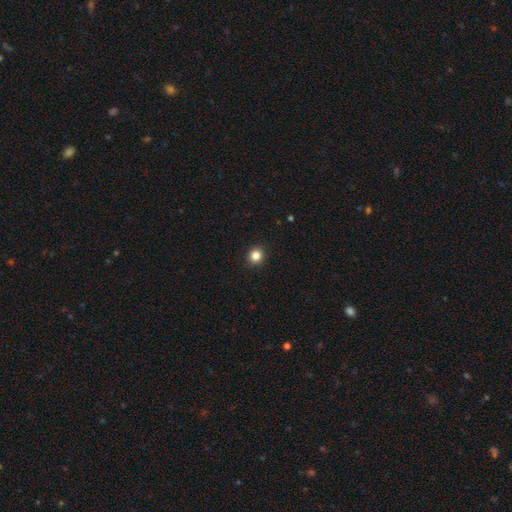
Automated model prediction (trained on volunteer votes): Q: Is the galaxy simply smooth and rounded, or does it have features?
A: smooth — 84%.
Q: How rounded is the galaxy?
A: round — 89%.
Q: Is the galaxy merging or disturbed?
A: none — 93%.